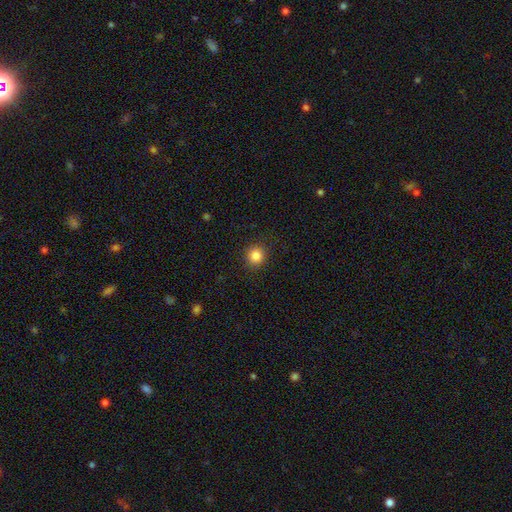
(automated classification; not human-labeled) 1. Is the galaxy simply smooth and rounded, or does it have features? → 85% smooth, 11% star or artifact, 4% featured or disk.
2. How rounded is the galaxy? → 92% round, 7% in between, 1% cigar-shaped.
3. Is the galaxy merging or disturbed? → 91% none, 6% minor disturbance, 2% major disturbance, 1% merger.